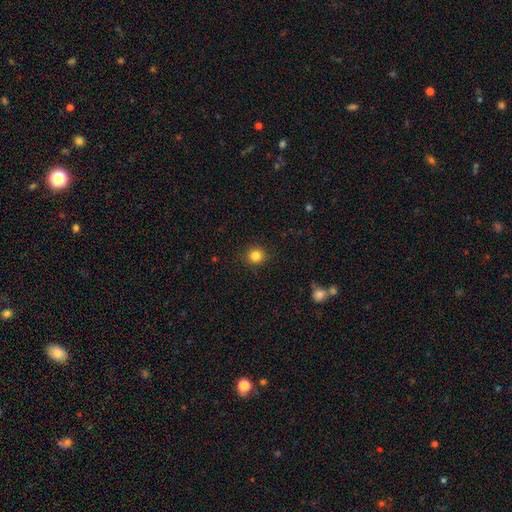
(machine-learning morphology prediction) smooth_or_featured: smooth (p=0.83) [alt: star or artifact p=0.11]
how_rounded: round (p=0.91) [alt: in between p=0.08]
merging: none (p=0.91) [alt: minor disturbance p=0.06]